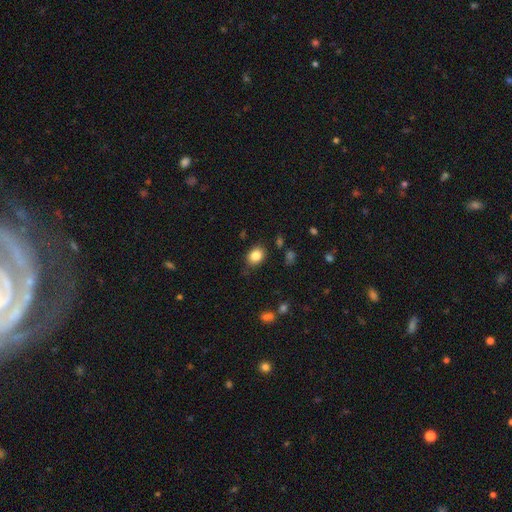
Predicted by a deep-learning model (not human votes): Smooth or featured: smooth — 84% (star or artifact — 9%)
How rounded: in between — 60% (round — 40%)
Merging: none — 82% (minor disturbance — 13%)